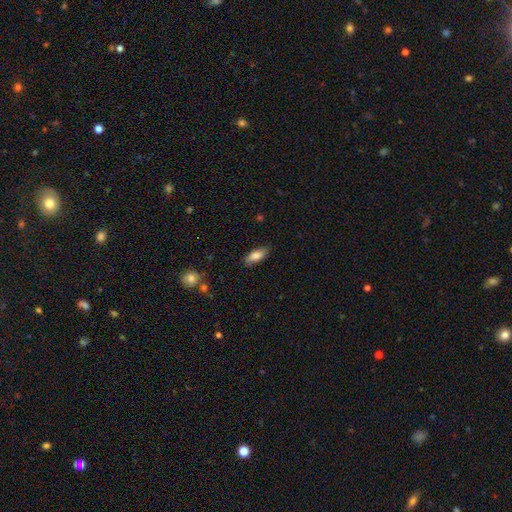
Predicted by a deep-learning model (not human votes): Overall: smooth (82%). How rounded: in between (78%). Merging: none (84%).